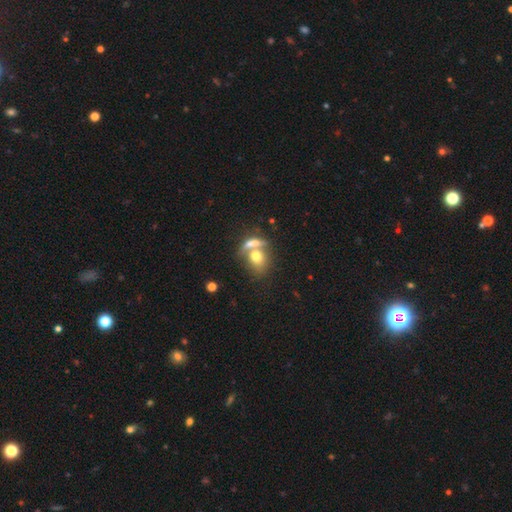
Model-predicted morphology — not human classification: smooth_or_featured: smooth (p=0.72) [alt: featured or disk p=0.19]
how_rounded: in between (p=0.54) [alt: round p=0.41]
merging: merger (p=0.53) [alt: none p=0.33]